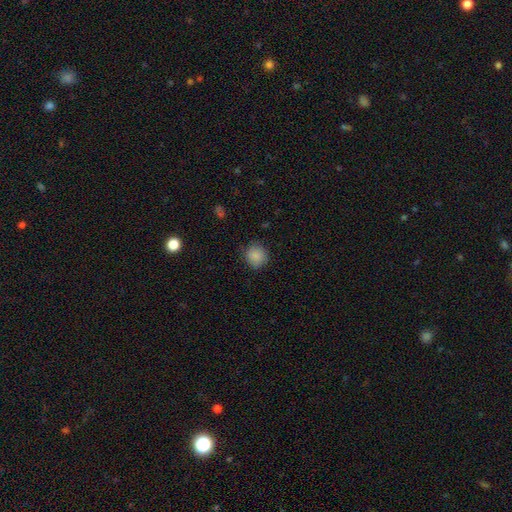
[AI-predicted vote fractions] Overall: smooth (88%). How rounded: round (80%). Merging: none (83%).